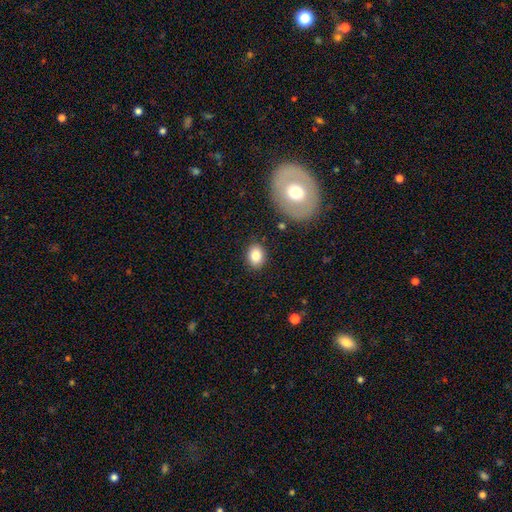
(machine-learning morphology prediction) smooth 83%, star or artifact 9%, featured or disk 8%. Down the decision tree: how rounded — in between (62%); merging — none (86%).